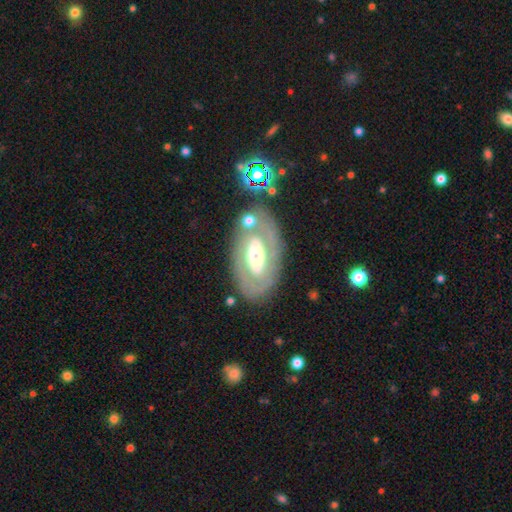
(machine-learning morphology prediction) Smooth or featured: featured or disk — 69% (smooth — 25%)
Edge-on disk: no — 91% (yes — 9%)
Bar: no — 51% (weak — 27%)
Spiral arms: no — 65% (yes — 35%)
Bulge size: moderate — 63% (large — 20%)
Merging: none — 73% (minor disturbance — 14%)